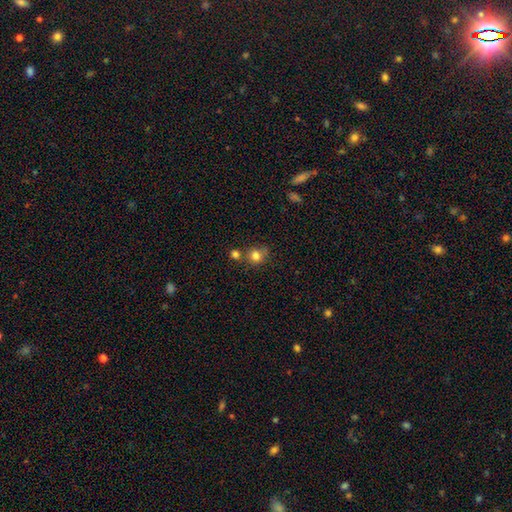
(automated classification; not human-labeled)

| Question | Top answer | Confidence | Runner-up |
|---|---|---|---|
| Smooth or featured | smooth | 80% | star or artifact (12%) |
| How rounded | round | 85% | in between (14%) |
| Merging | none | 61% | merger (21%) |